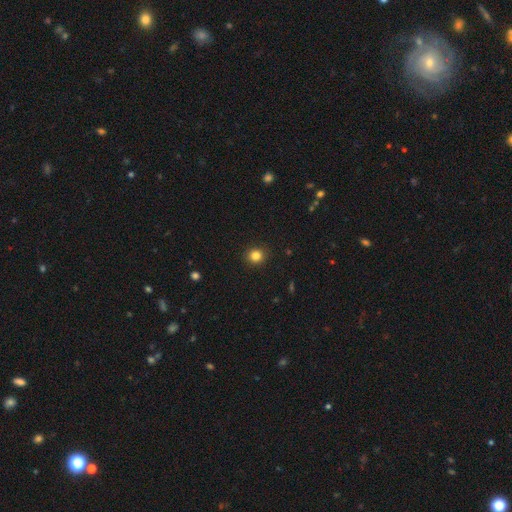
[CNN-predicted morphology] The model was most divided on "smooth or featured": smooth: 84%, star or artifact: 12%, featured or disk: 5%. More confident: merging — none (92%); how rounded — round (88%).